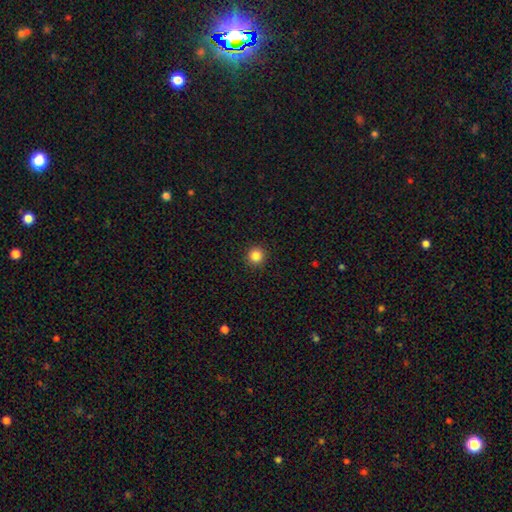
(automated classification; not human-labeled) Smooth or featured? smooth (85%)
How rounded? round (95%)
Merging? none (93%)